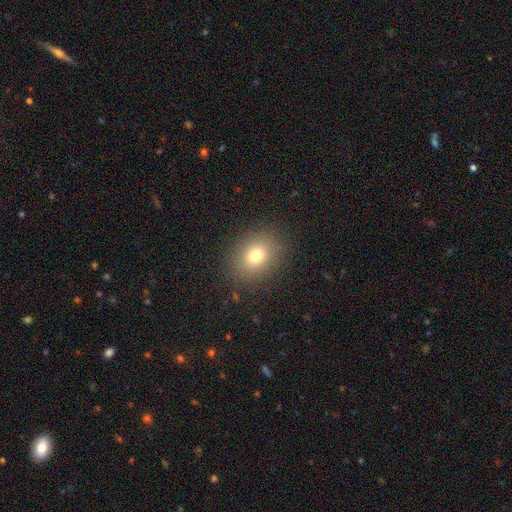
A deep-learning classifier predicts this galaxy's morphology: Smooth or featured?
  - smooth: 77% *
  - star or artifact: 13%
  - featured or disk: 10%
How rounded?
  - round: 50% *
  - in between: 49%
  - cigar-shaped: 1%
Merging?
  - none: 87% *
  - minor disturbance: 8%
  - major disturbance: 4%
  - merger: 1%